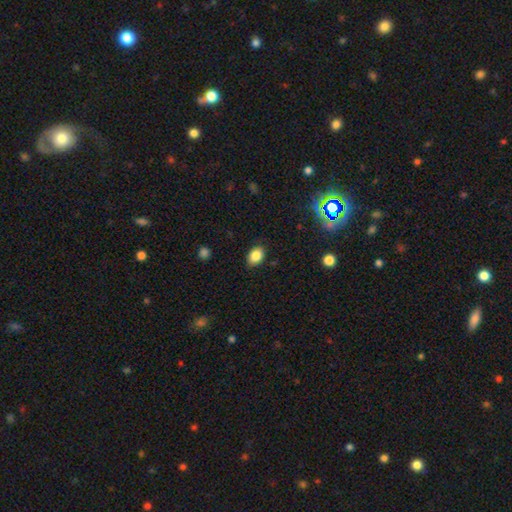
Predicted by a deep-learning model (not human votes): A smooth galaxy with no disk features (85%) that is in between round and cigar-shaped (78%). Merging: none (84%).